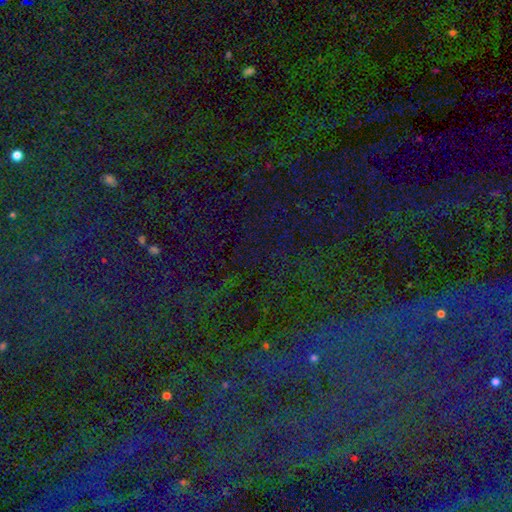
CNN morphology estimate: type=star or artifact (77%).